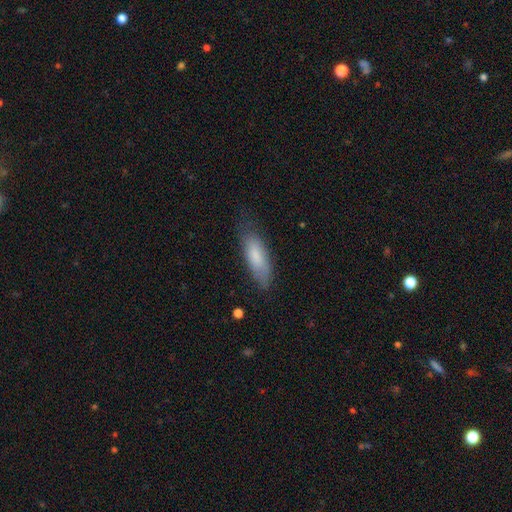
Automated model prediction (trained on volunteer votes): Smooth or featured?
  - smooth: 76% *
  - featured or disk: 18%
  - star or artifact: 6%
How rounded?
  - in between: 51% *
  - cigar-shaped: 47%
  - round: 2%
Merging?
  - none: 70% *
  - minor disturbance: 23%
  - major disturbance: 6%
  - merger: 1%